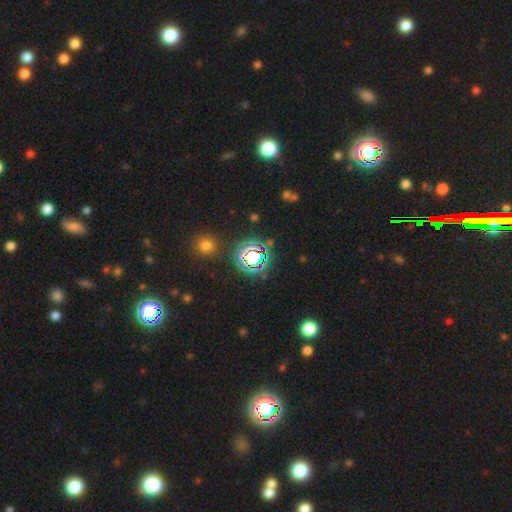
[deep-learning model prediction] The model was most divided on "smooth or featured": star or artifact: 71%, smooth: 19%, featured or disk: 10%.